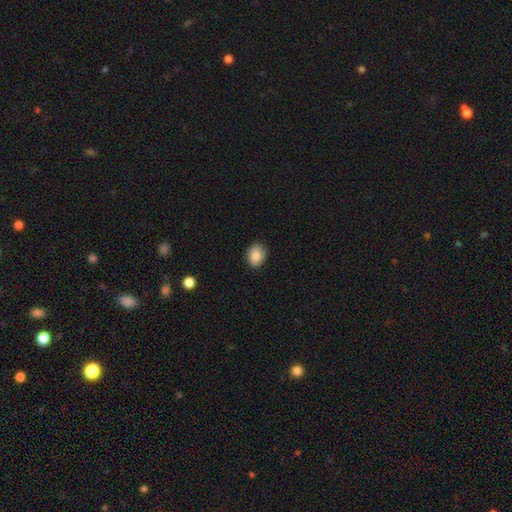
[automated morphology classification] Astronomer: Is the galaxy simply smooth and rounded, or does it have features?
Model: smooth — 87%.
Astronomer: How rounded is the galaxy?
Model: in between — 69%.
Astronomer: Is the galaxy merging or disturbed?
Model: none — 85%.